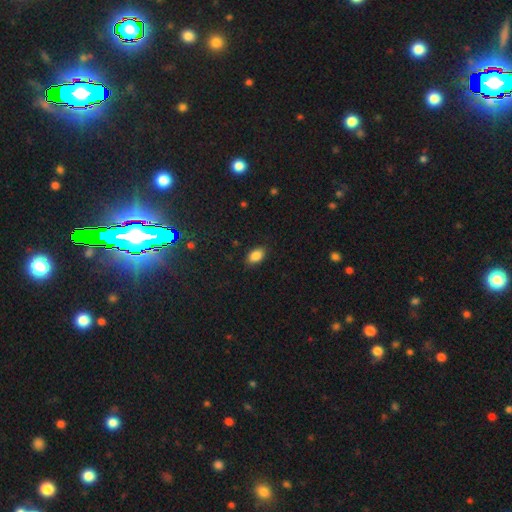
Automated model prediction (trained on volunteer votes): The model was most divided on "merging": none: 86%, minor disturbance: 11%, major disturbance: 2%, merger: 1%. More confident: how rounded — in between (90%); smooth or featured — smooth (86%).